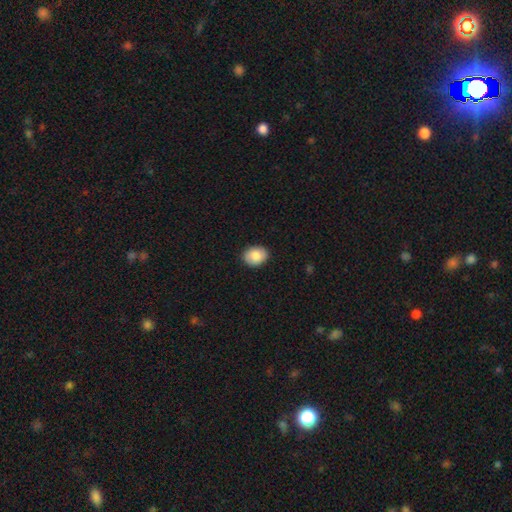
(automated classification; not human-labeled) Smooth or featured? Predicted: smooth (p=0.82). How rounded? Predicted: in between (p=0.57). Merging? Predicted: none (p=0.88).